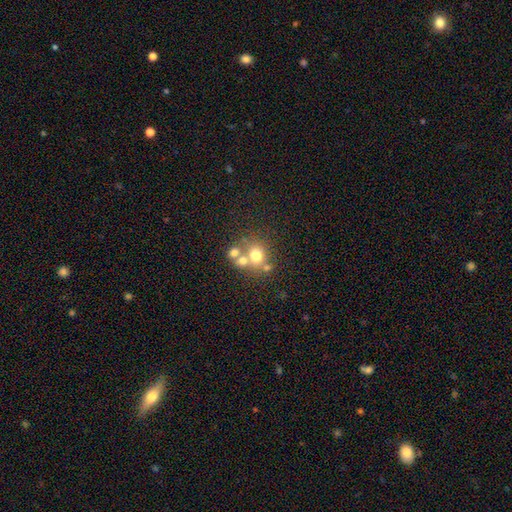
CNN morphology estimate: The model was most divided on "merging": none: 45%, merger: 42%, minor disturbance: 8%, major disturbance: 5%. More confident: how rounded — round (76%); smooth or featured — smooth (65%).